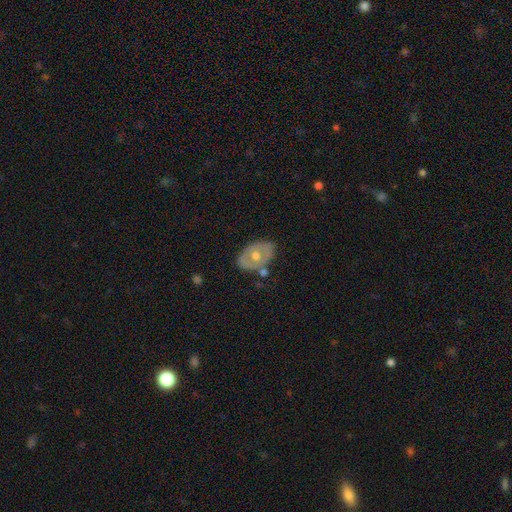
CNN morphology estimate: Smooth or featured?
  - featured or disk: 53% *
  - smooth: 41%
  - star or artifact: 6%
Edge-on disk?
  - no: 91% *
  - yes: 9%
Merging?
  - none: 69% *
  - minor disturbance: 18%
  - merger: 8%
  - major disturbance: 5%